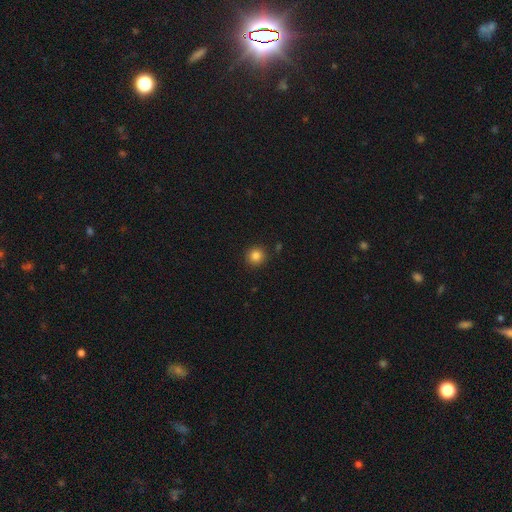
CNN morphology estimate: Smooth or featured? smooth (84%)
How rounded? round (94%)
Merging? none (90%)